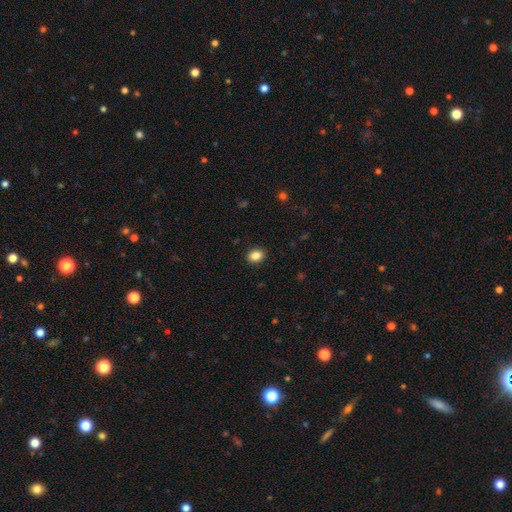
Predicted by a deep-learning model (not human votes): A smooth galaxy with no disk features (86%) that is in between round and cigar-shaped (53%).

Vote fractions:
- Smooth or featured? smooth: 86% / star or artifact: 10% / featured or disk: 5%
- How rounded? in between: 53% / round: 46% / cigar-shaped: 1%
- Merging? none: 91% / minor disturbance: 7% / major disturbance: 2% / merger: 1%